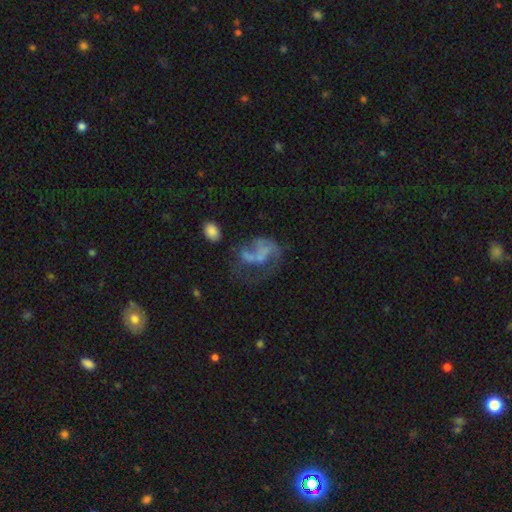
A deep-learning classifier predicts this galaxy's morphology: Smooth or featured: featured or disk — 56% (smooth — 25%)
Edge-on disk: no — 98% (yes — 2%)
Bar: no — 71% (weak — 21%)
Spiral arms: yes — 53% (no — 47%)
Bulge size: none — 64% (small — 22%)
Merging: major disturbance — 42% (none — 28%)